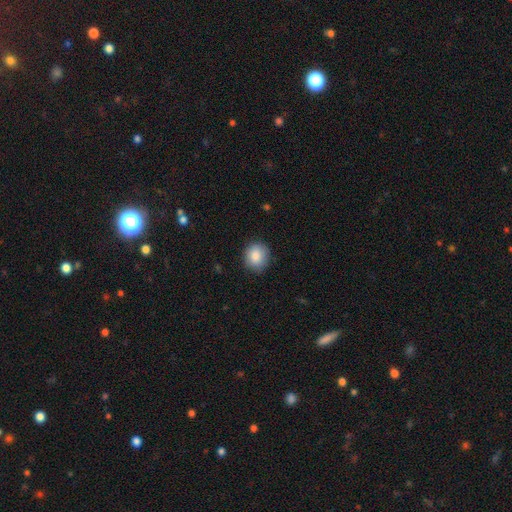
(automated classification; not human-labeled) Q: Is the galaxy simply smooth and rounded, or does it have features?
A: smooth — 86%.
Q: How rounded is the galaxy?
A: round — 76%.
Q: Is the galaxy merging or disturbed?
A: none — 86%.